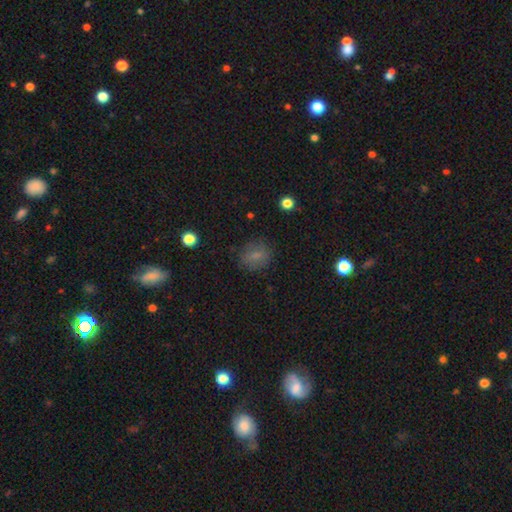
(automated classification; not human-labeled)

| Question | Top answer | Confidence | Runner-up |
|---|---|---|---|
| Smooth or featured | smooth | 76% | star or artifact (12%) |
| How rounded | round | 56% | in between (42%) |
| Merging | none | 80% | minor disturbance (13%) |